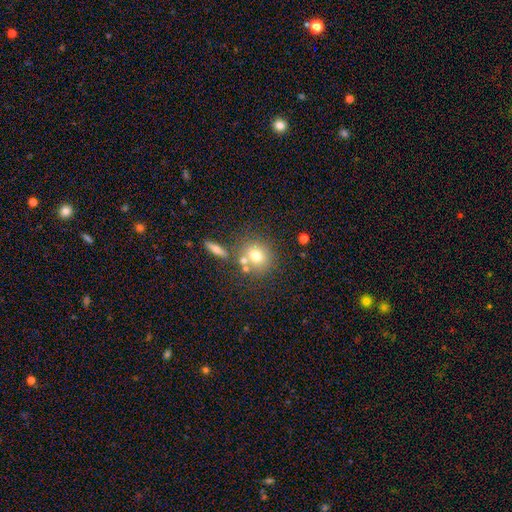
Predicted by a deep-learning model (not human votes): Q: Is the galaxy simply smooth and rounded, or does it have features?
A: smooth — 72%.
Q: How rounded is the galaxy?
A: round — 81%.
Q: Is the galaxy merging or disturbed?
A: none — 63%.